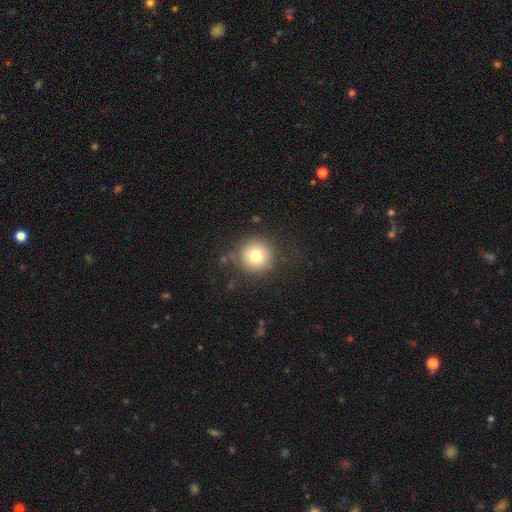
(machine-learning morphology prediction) smooth-or-featured: smooth: 76% | featured or disk: 12% | star or artifact: 12%
  how-rounded: round: 94% | in between: 5% | cigar-shaped: 1%
  merging: none: 81% | minor disturbance: 12% | major disturbance: 5% | merger: 2%